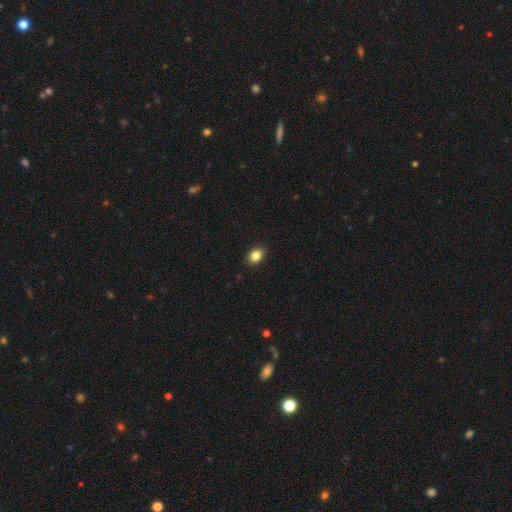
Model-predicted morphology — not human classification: Smooth or featured?
  - smooth: 86% *
  - star or artifact: 9%
  - featured or disk: 5%
How rounded?
  - in between: 73% *
  - round: 26%
  - cigar-shaped: 1%
Merging?
  - none: 90% *
  - minor disturbance: 7%
  - major disturbance: 2%
  - merger: 1%